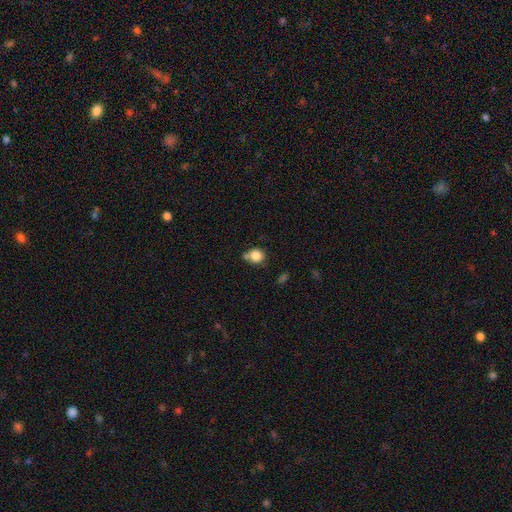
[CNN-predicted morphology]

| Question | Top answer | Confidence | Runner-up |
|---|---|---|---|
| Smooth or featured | smooth | 83% | star or artifact (10%) |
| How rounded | round | 79% | in between (20%) |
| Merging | none | 59% | minor disturbance (19%) |